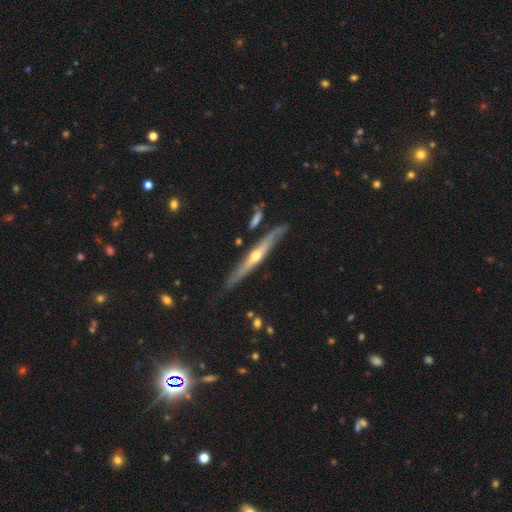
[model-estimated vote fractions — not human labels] A featured or disk galaxy (72%) viewed edge-on (92%) with a rounded central bulge (78%). Merging: none (80%).